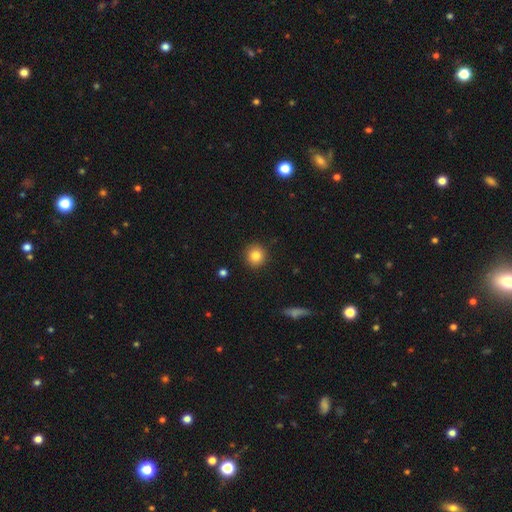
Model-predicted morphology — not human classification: Smooth or featured?
  - smooth: 84% *
  - star or artifact: 10%
  - featured or disk: 6%
How rounded?
  - round: 93% *
  - in between: 6%
  - cigar-shaped: 1%
Merging?
  - none: 91% *
  - minor disturbance: 6%
  - major disturbance: 2%
  - merger: 1%